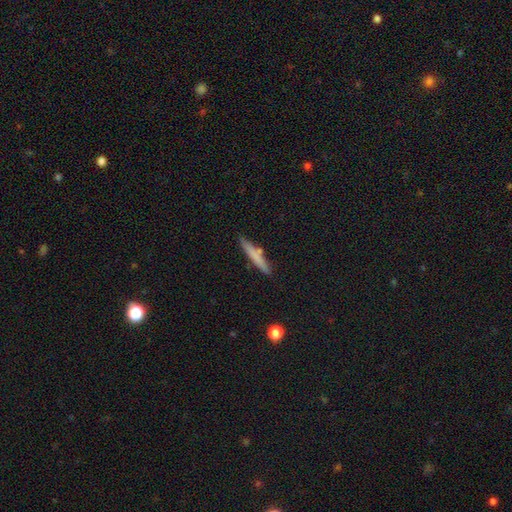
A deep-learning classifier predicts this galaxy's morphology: The model was most divided on "smooth or featured": smooth: 69%, featured or disk: 24%, star or artifact: 7%. More confident: how rounded — cigar-shaped (94%); merging — none (83%).